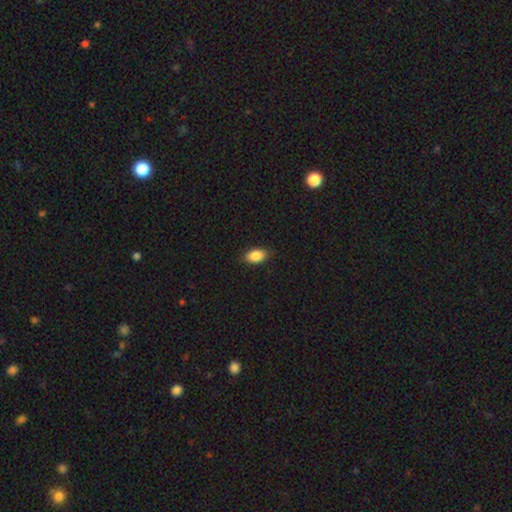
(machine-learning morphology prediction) A smooth galaxy with no disk features (88%) that is in between round and cigar-shaped (90%). Merging: none (86%).